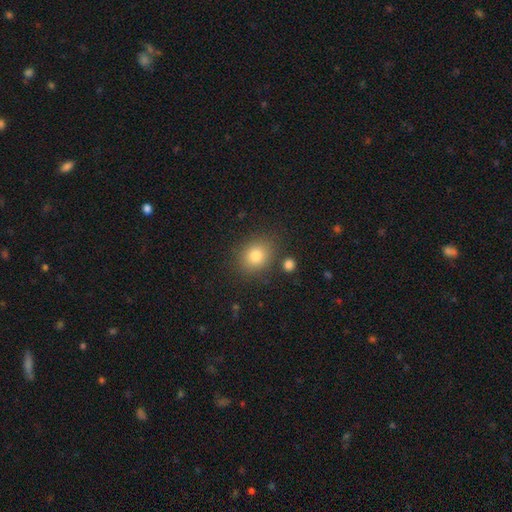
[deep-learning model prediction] Smooth or featured? Predicted: smooth (p=0.81). How rounded? Predicted: round (p=0.58). Merging? Predicted: none (p=0.81).